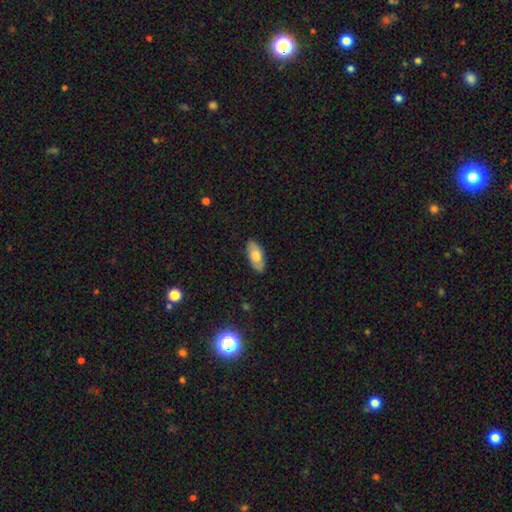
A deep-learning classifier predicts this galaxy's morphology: Overall: smooth (68%). How rounded: in between (89%). Merging: none (86%).